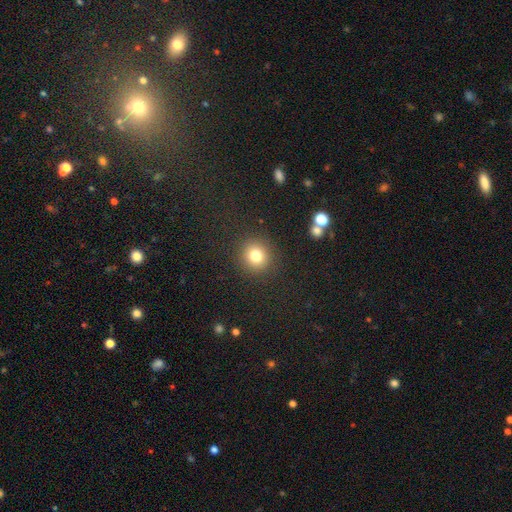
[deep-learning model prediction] Smooth or featured? Predicted: smooth (p=0.79). How rounded? Predicted: round (p=0.91). Merging? Predicted: none (p=0.89).